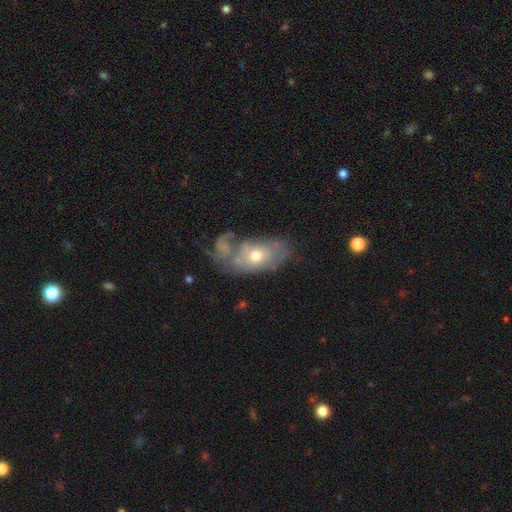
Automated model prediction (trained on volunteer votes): Q: Smooth or featured?
A: featured or disk (52%); runner-up: smooth (40%)
Q: Edge-on disk?
A: no (92%); runner-up: yes (8%)
Q: Merging?
A: none (33%); runner-up: merger (29%)